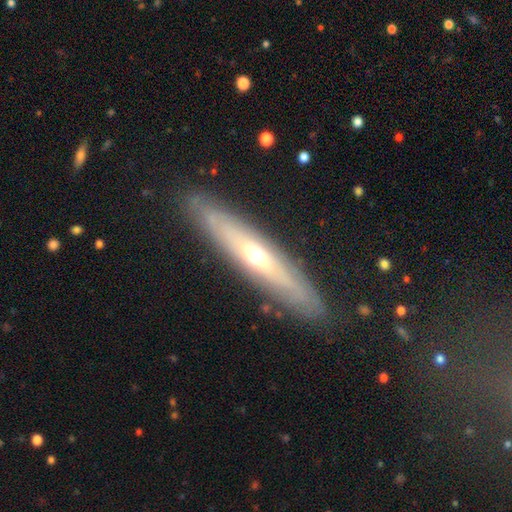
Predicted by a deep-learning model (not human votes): Q: Smooth or featured?
A: featured or disk (67%); runner-up: smooth (26%)
Q: Edge-on disk?
A: yes (77%); runner-up: no (23%)
Q: Edge-on bulge?
A: rounded (80%); runner-up: none (18%)
Q: Merging?
A: none (87%); runner-up: minor disturbance (9%)